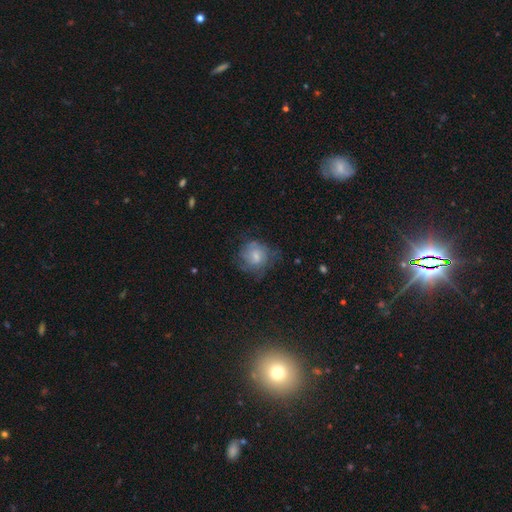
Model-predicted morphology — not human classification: A featured or disk galaxy (46%). Merging: none (54%).